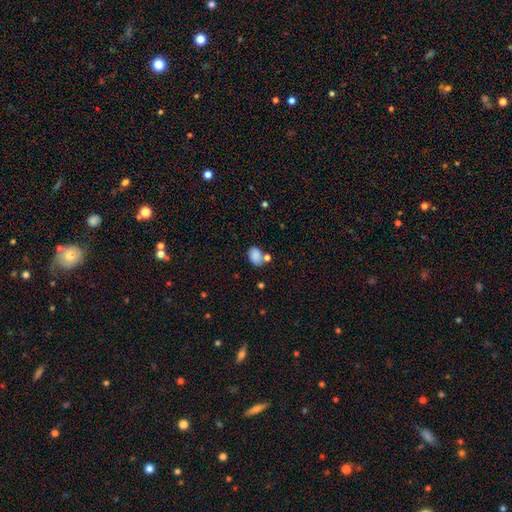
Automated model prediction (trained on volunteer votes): Smooth or featured?
  - smooth: 84% *
  - star or artifact: 9%
  - featured or disk: 7%
How rounded?
  - in between: 77% *
  - round: 22%
  - cigar-shaped: 1%
Merging?
  - none: 56% *
  - merger: 22%
  - minor disturbance: 17%
  - major disturbance: 5%